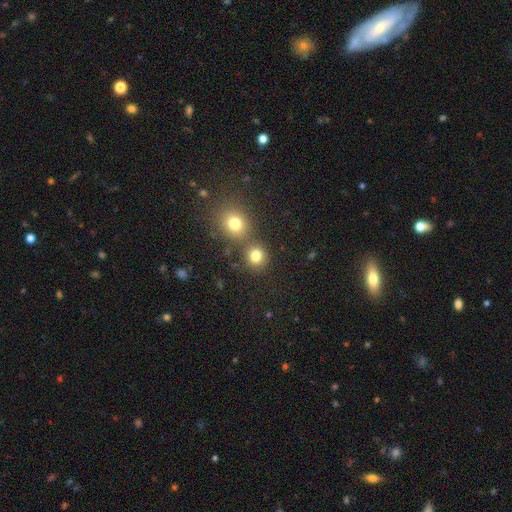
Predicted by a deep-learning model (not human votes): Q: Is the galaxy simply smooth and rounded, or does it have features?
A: smooth — 79%.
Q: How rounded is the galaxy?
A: round — 86%.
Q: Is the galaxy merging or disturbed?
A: none — 69%.